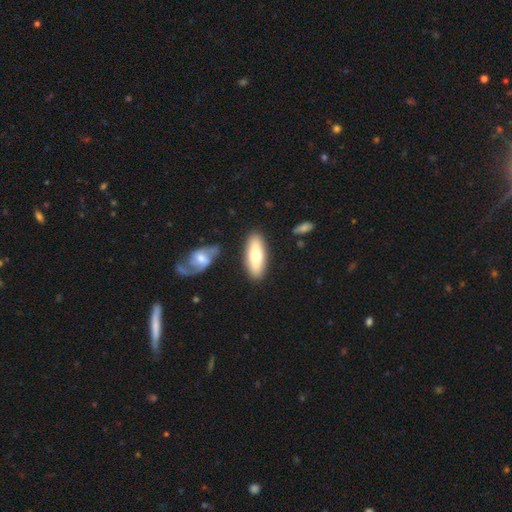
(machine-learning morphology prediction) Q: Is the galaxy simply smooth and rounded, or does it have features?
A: smooth — 64%.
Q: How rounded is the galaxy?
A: in between — 68%.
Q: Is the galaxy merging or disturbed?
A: none — 82%.